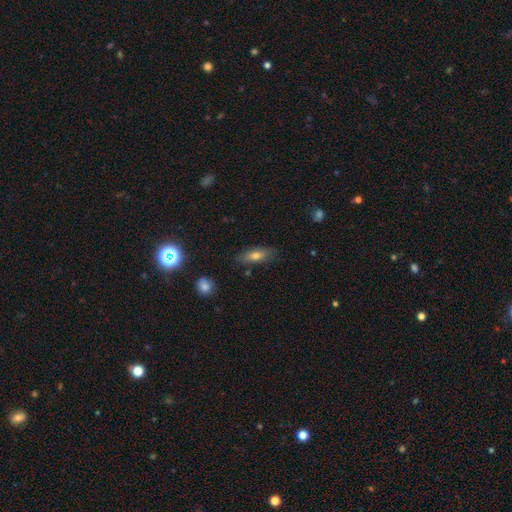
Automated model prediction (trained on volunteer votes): Q: Smooth or featured?
A: smooth (70%); runner-up: featured or disk (20%)
Q: How rounded?
A: in between (68%); runner-up: cigar-shaped (28%)
Q: Merging?
A: none (81%); runner-up: minor disturbance (14%)